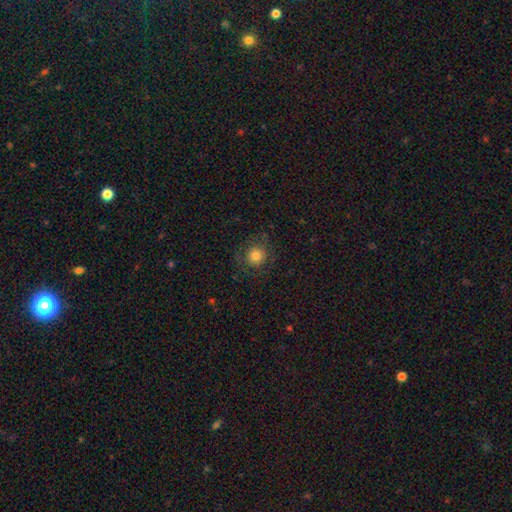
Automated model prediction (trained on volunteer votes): Smooth or featured?
  - smooth: 75% *
  - featured or disk: 14%
  - star or artifact: 11%
How rounded?
  - round: 93% *
  - in between: 6%
  - cigar-shaped: 1%
Merging?
  - none: 81% *
  - minor disturbance: 11%
  - major disturbance: 7%
  - merger: 1%